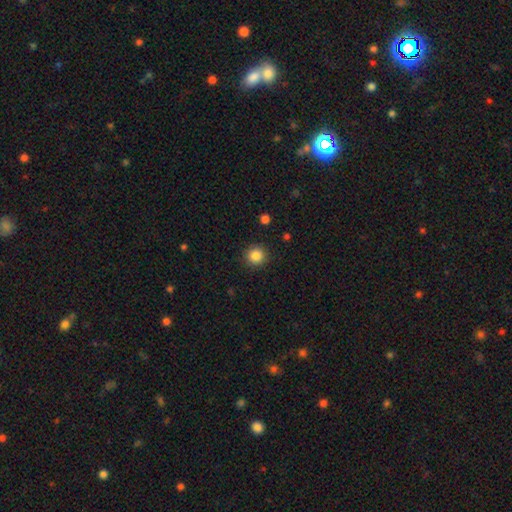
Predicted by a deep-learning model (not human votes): Overall: smooth (86%). How rounded: round (92%). Merging: none (91%).